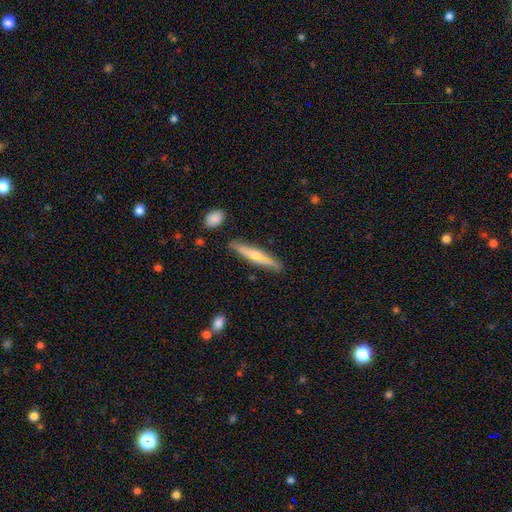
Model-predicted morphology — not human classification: This appears to be a featured or disk galaxy (49%). Merging: none (80%).